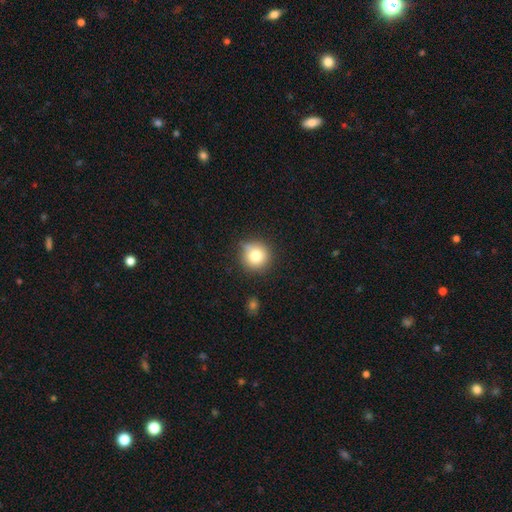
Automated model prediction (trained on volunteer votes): smooth 79%, star or artifact 11%, featured or disk 10%. Down the decision tree: how rounded — round (94%); merging — none (77%).